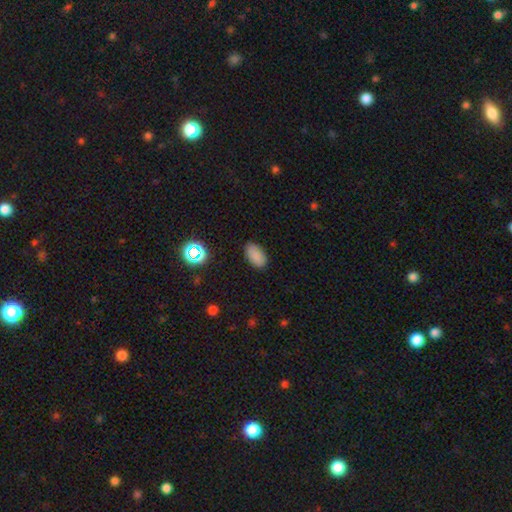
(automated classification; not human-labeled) A smooth galaxy with no disk features (84%) that is in between round and cigar-shaped (93%). Merging: none (86%).